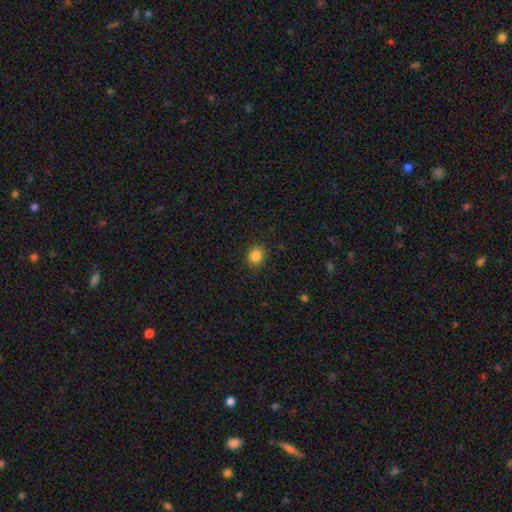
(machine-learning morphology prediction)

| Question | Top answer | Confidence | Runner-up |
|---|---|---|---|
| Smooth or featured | smooth | 85% | star or artifact (11%) |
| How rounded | round | 75% | in between (24%) |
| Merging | none | 88% | minor disturbance (9%) |